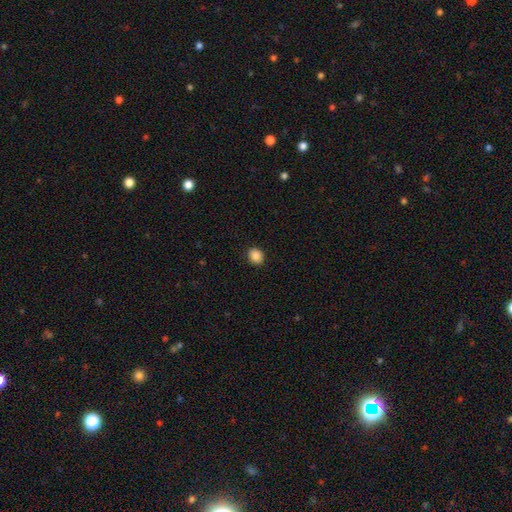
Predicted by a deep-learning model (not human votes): This is clearly a smooth galaxy (87%). How rounded: likely round (74%). Merging: clearly none (92%).